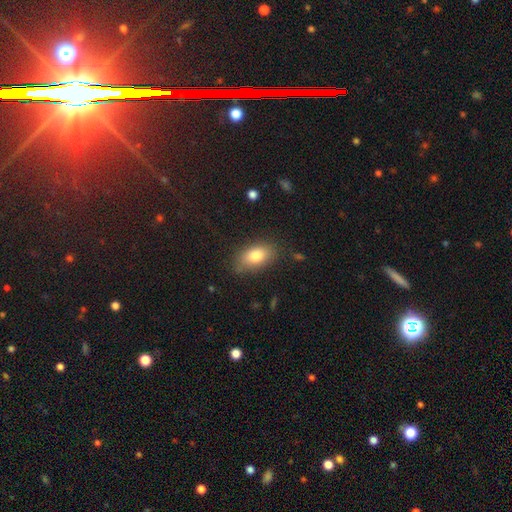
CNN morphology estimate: Smooth or featured? Predicted: smooth (p=0.80). How rounded? Predicted: in between (p=0.89). Merging? Predicted: none (p=0.79).